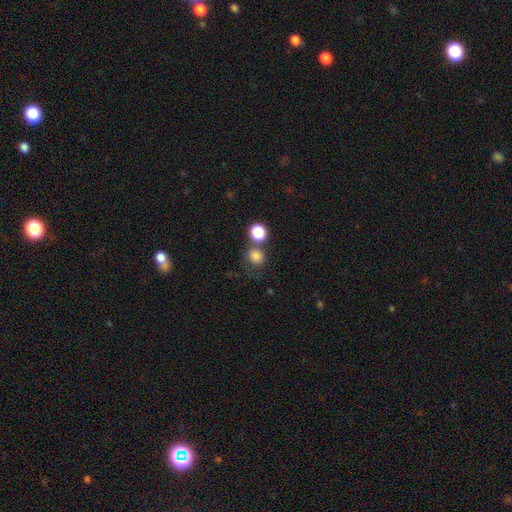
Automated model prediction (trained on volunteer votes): A smooth galaxy with no disk features (79%) that is round (85%).

Vote fractions:
- Smooth or featured? smooth: 79% / star or artifact: 14% / featured or disk: 7%
- How rounded? round: 85% / in between: 14% / cigar-shaped: 1%
- Merging? none: 59% / merger: 24% / minor disturbance: 12% / major disturbance: 6%